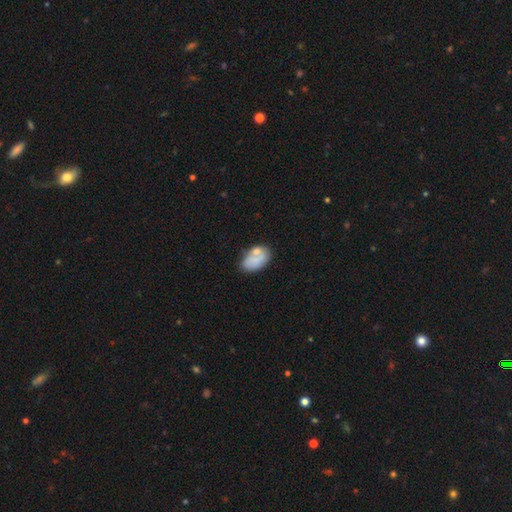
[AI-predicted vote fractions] A smooth galaxy with no disk features (67%) that is in between round and cigar-shaped (90%). Merging: none (55%).